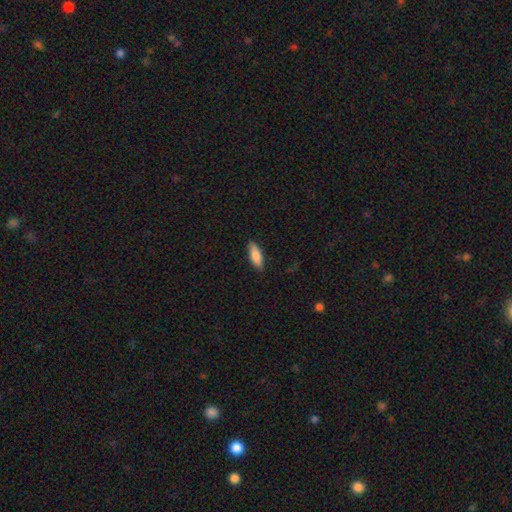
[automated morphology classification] A smooth galaxy with no disk features (84%) that is in between round and cigar-shaped (58%). Merging: none (87%).